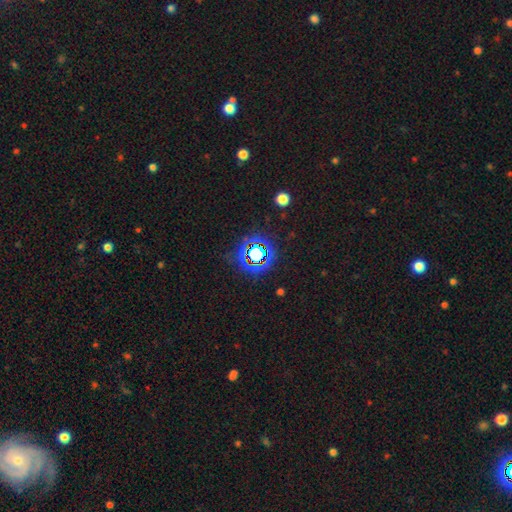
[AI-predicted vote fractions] Q: Smooth or featured?
A: star or artifact (70%); runner-up: smooth (20%)